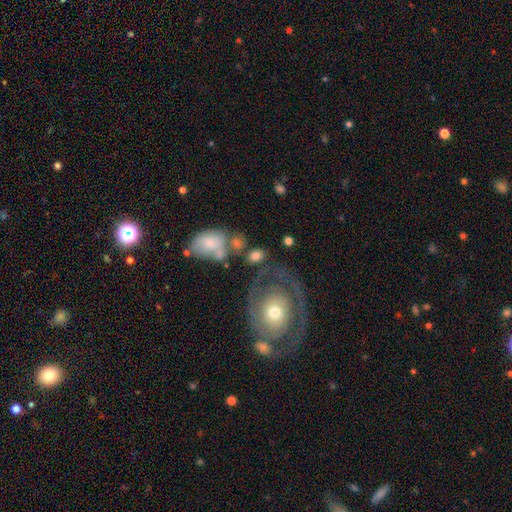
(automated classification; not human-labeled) This appears to be a smooth galaxy with no disk features (70%) that is in between round and cigar-shaped (59%). Merging: none (51%).